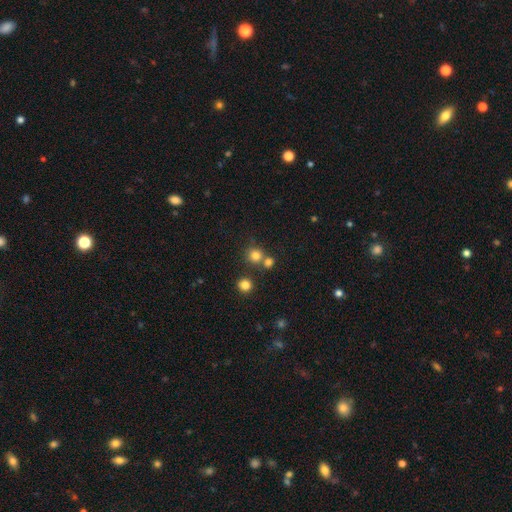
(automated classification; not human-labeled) A smooth galaxy with no disk features (79%) that is round (88%). Merging: none (64%).